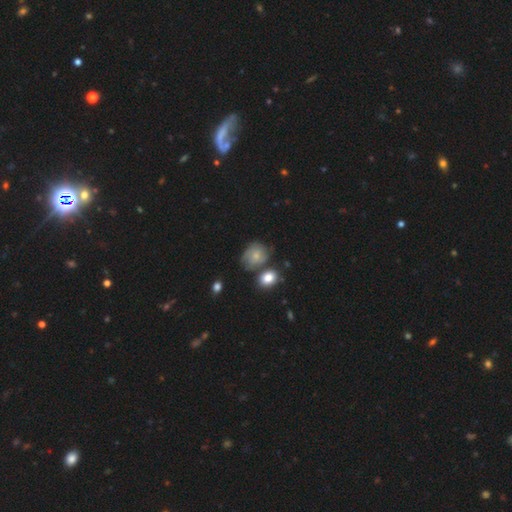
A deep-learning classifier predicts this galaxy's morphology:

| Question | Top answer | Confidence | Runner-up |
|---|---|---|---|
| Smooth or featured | smooth | 52% | featured or disk (37%) |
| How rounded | round | 61% | in between (38%) |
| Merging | none | 54% | minor disturbance (23%) |